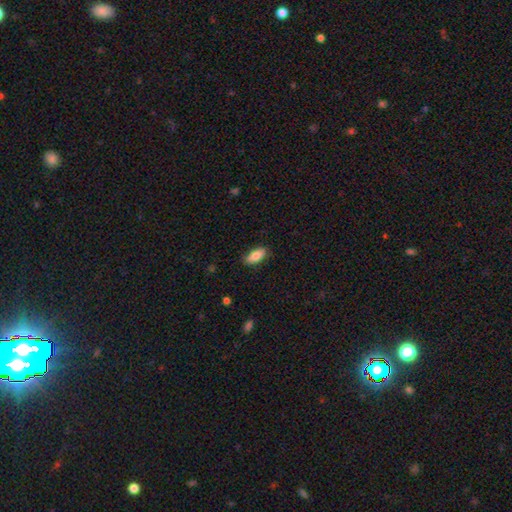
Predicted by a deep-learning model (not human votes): Overall: smooth (81%). How rounded: in between (87%). Merging: none (81%).